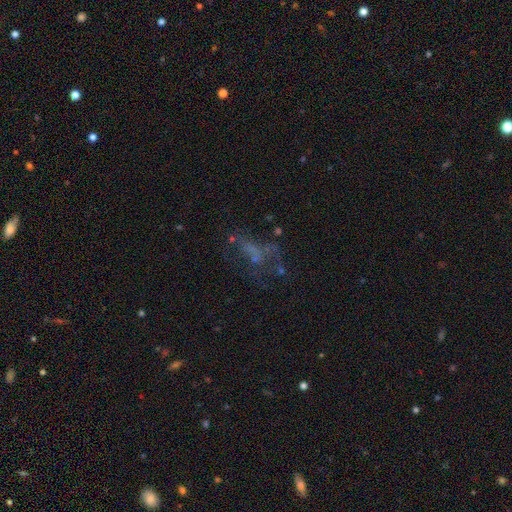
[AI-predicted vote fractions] Morphology: type=featured or disk (42%); merging=none (45%).